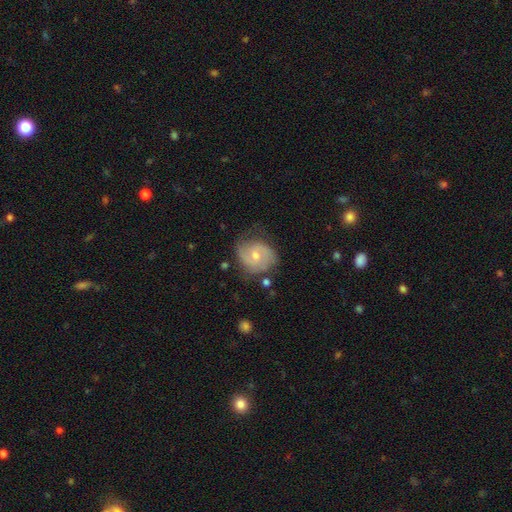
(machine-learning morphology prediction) smooth_or_featured: featured or disk (p=0.67) [alt: smooth p=0.26]
disk_edge_on: no (p=0.97) [alt: yes p=0.03]
bar: no (p=0.58) [alt: weak p=0.36]
has_spiral_arms: yes (p=0.89) [alt: no p=0.11]
spiral_winding: tight (p=0.42) [tied with: medium p=0.42]
spiral_arm_count: 2 (p=0.67) [alt: can't tell p=0.17]
bulge_size: moderate (p=0.57) [alt: small p=0.38]
merging: none (p=0.62) [alt: minor disturbance p=0.25]